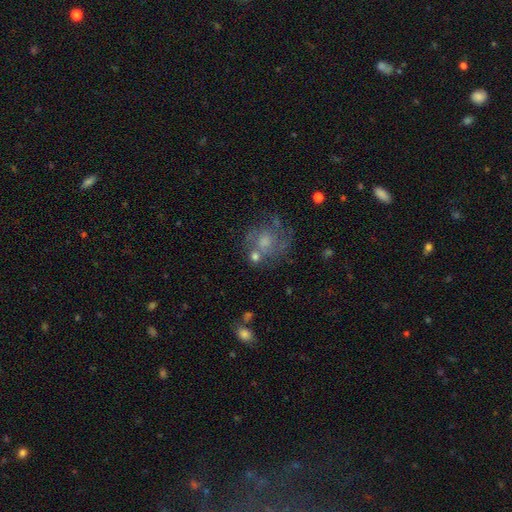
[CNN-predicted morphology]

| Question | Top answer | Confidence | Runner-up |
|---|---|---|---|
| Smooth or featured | featured or disk | 47% | smooth (41%) |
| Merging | none | 53% | minor disturbance (19%) |